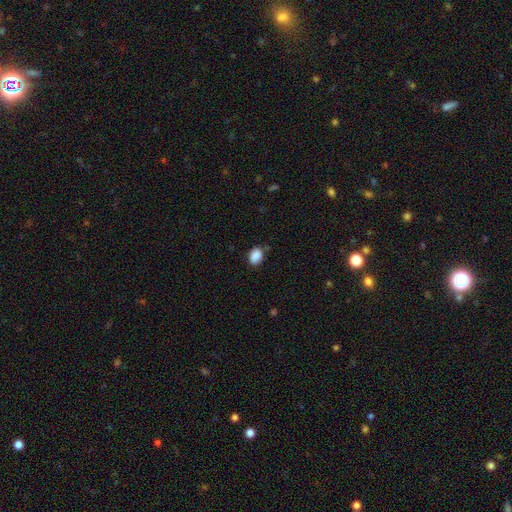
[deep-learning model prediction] Smooth or featured?
  - smooth: 87% *
  - star or artifact: 8%
  - featured or disk: 4%
How rounded?
  - in between: 67% *
  - round: 32%
  - cigar-shaped: 1%
Merging?
  - none: 73% *
  - minor disturbance: 19%
  - major disturbance: 4%
  - merger: 3%